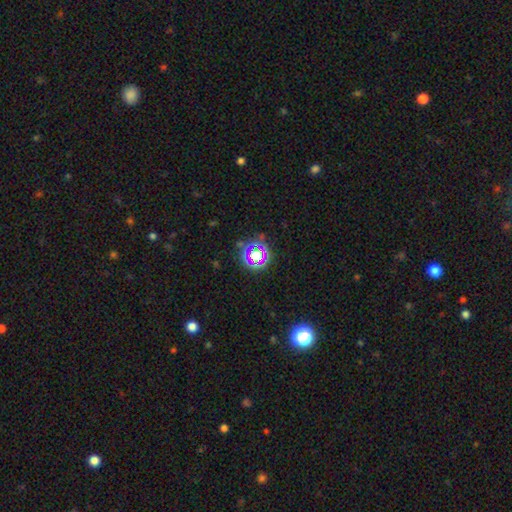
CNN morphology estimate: Smooth or featured? star or artifact (63%)